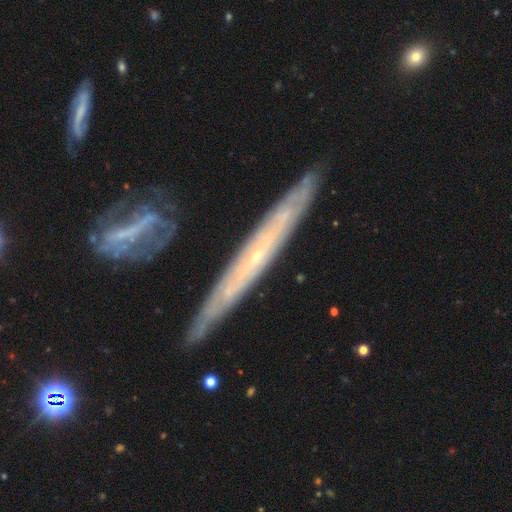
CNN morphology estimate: This is likely a featured or disk galaxy (74%). It is likely viewed edge-on (66%). Merging: clearly none (80%).